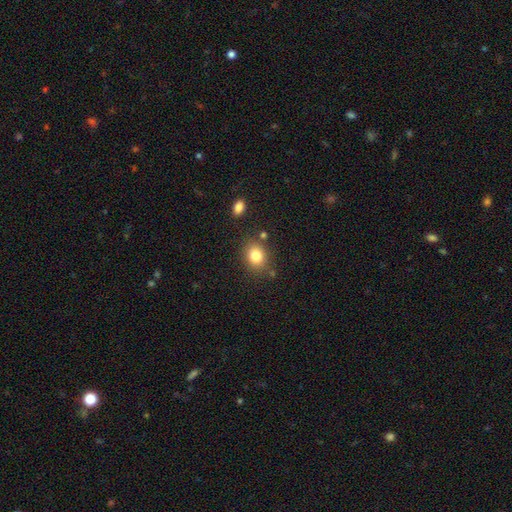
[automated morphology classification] Smooth or featured? smooth (82%)
How rounded? round (57%)
Merging? none (79%)